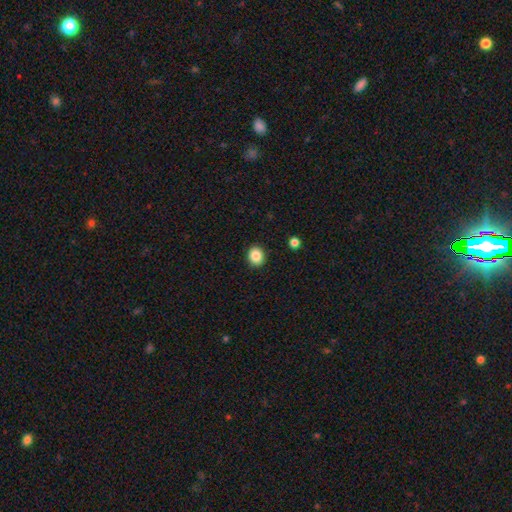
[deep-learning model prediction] Smooth or featured? Predicted: smooth (p=0.86). How rounded? Predicted: round (p=0.69). Merging? Predicted: none (p=0.91).